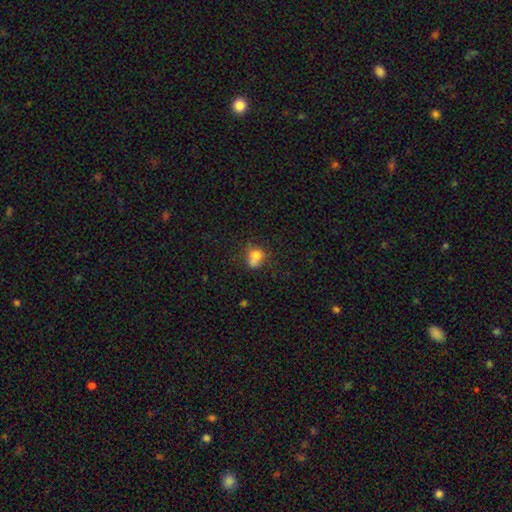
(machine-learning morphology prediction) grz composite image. It shows a smooth galaxy with no disk features (74%) that is round (56%). Merging: none (41%).